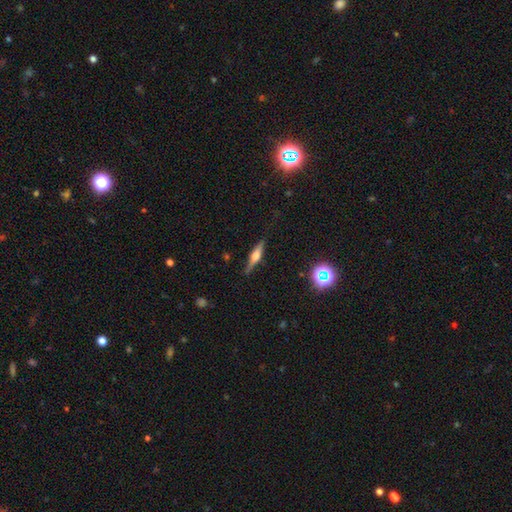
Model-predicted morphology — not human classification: Smooth or featured?
  - featured or disk: 66% *
  - smooth: 26%
  - star or artifact: 8%
Edge-on disk?
  - yes: 97% *
  - no: 3%
Edge-on bulge?
  - rounded: 85% *
  - boxy: 12%
  - none: 3%
Merging?
  - none: 86% *
  - minor disturbance: 10%
  - major disturbance: 2%
  - merger: 1%